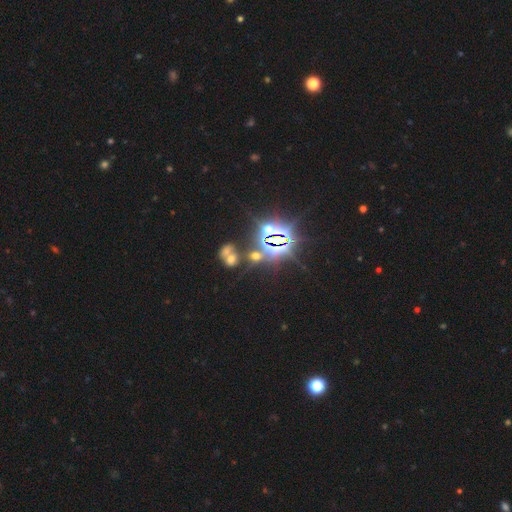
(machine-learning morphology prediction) Smooth or featured? star or artifact (65%)